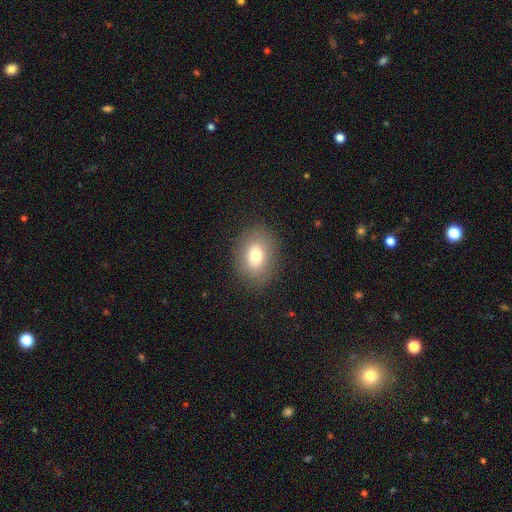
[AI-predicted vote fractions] Smooth or featured? smooth (76%)
How rounded? in between (72%)
Merging? none (84%)